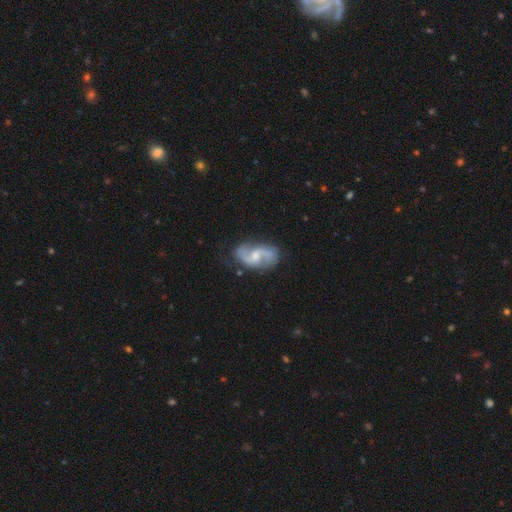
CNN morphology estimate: Q: Smooth or featured?
A: featured or disk (87%); runner-up: smooth (8%)
Q: Edge-on disk?
A: no (97%); runner-up: yes (3%)
Q: Bar?
A: weak (52%); runner-up: no (38%)
Q: Spiral arms?
A: yes (97%); runner-up: no (3%)
Q: Spiral winding?
A: medium (49%); runner-up: loose (38%)
Q: Spiral arm count?
A: 2 (92%); runner-up: can't tell (3%)
Q: Bulge size?
A: moderate (45%); runner-up: small (41%)
Q: Merging?
A: none (73%); runner-up: minor disturbance (19%)